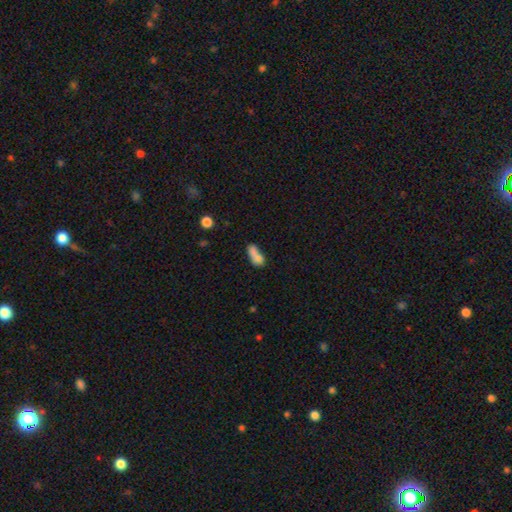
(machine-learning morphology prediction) Overall: smooth (72%). How rounded: in between (71%). Merging: merger (57%; none 25%).